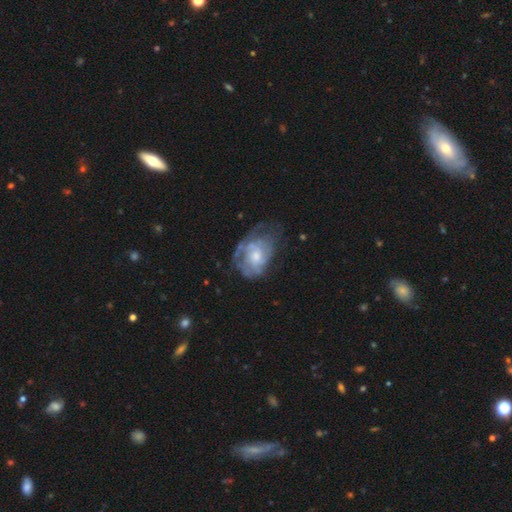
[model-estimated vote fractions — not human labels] featured or disk 69%, smooth 24%, star or artifact 7%. Down the decision tree: edge-on disk — no (97%); bar — no (75%); spiral arms — yes (66%); bulge size — moderate (52%); merging — none (44%).